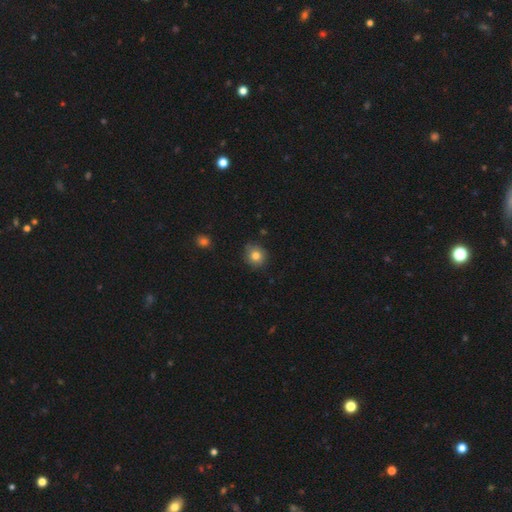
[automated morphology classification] A smooth galaxy with no disk features (82%) that is round (85%).

Vote fractions:
- Smooth or featured? smooth: 82% / star or artifact: 10% / featured or disk: 8%
- How rounded? round: 85% / in between: 14% / cigar-shaped: 1%
- Merging? none: 82% / minor disturbance: 14% / major disturbance: 3% / merger: 1%